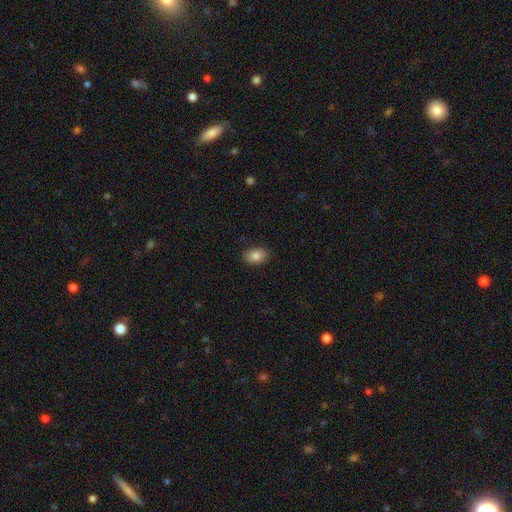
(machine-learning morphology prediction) Q: Smooth or featured?
A: smooth (86%); runner-up: star or artifact (8%)
Q: How rounded?
A: in between (86%); runner-up: round (13%)
Q: Merging?
A: none (89%); runner-up: minor disturbance (8%)